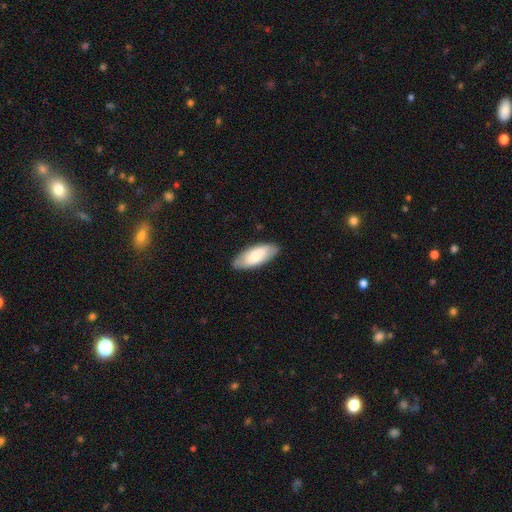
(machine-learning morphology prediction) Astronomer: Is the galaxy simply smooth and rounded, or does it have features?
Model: smooth — 72%.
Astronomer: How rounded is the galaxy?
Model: in between — 82%.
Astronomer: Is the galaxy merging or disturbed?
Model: none — 85%.